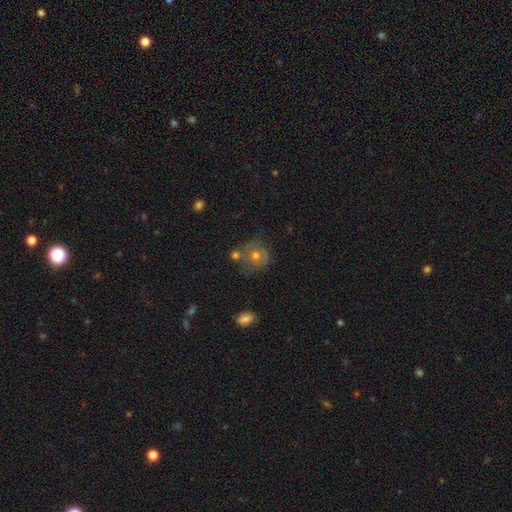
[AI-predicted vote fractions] Smooth or featured: featured or disk — 46% (smooth — 38%)
Merging: none — 62% (minor disturbance — 18%)